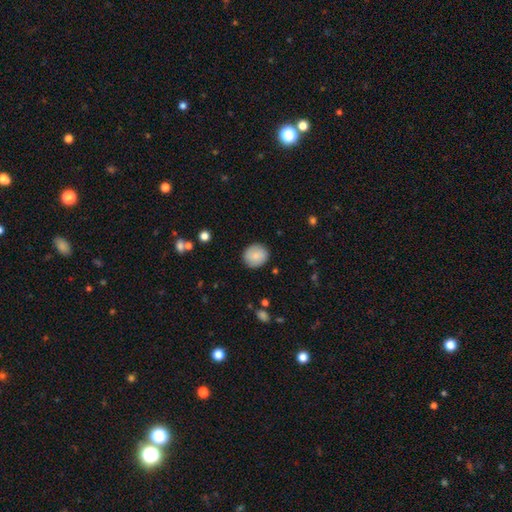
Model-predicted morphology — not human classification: smooth 82%, featured or disk 11%, star or artifact 7%. Down the decision tree: how rounded — round (86%); merging — none (88%).